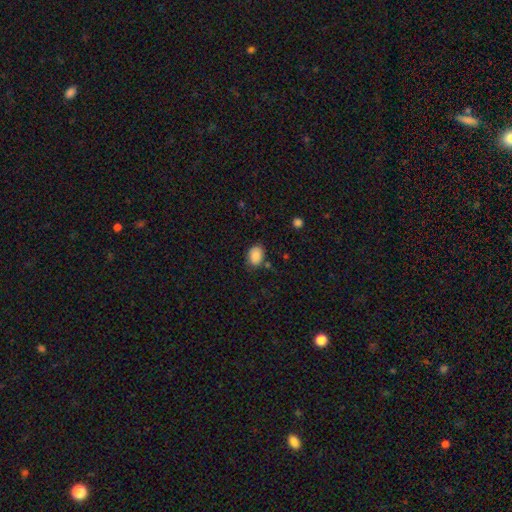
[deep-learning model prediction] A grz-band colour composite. It shows a smooth galaxy with no disk features (86%) that is in between round and cigar-shaped (74%). Merging: none (75%).